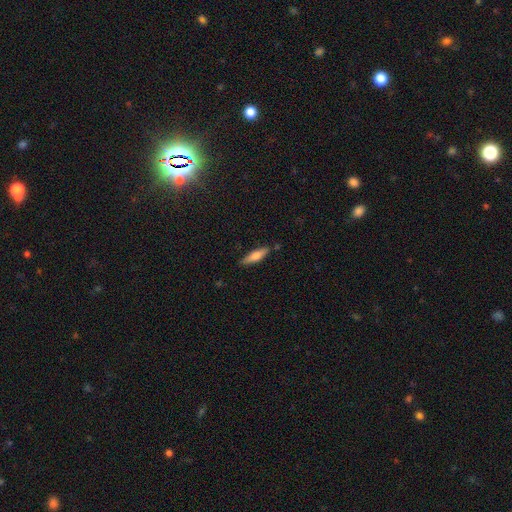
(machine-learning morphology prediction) smooth 63%, featured or disk 31%, star or artifact 6%. Down the decision tree: how rounded — cigar-shaped (68%); merging — none (83%).